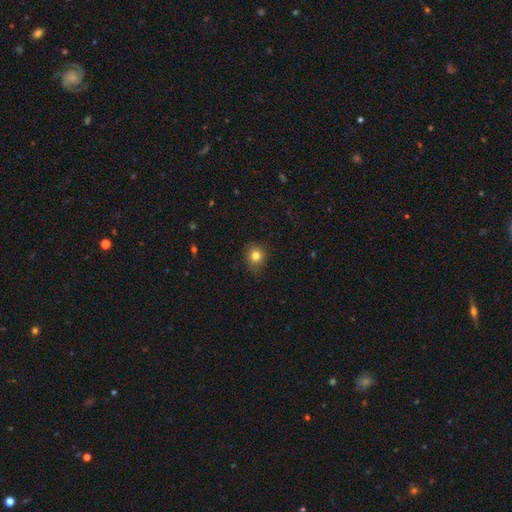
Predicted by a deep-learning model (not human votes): Smooth or featured: smooth — 81% (star or artifact — 12%)
How rounded: round — 88% (in between — 11%)
Merging: none — 86% (minor disturbance — 11%)